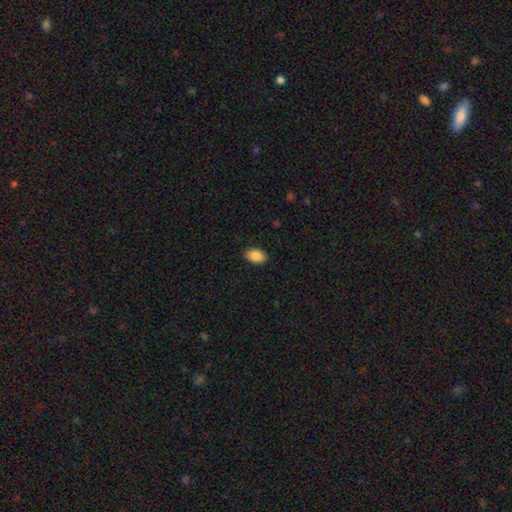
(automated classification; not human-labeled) Smooth or featured?
  - smooth: 87% *
  - star or artifact: 7%
  - featured or disk: 5%
How rounded?
  - in between: 90% *
  - round: 9%
  - cigar-shaped: 1%
Merging?
  - none: 89% *
  - minor disturbance: 8%
  - major disturbance: 2%
  - merger: 1%